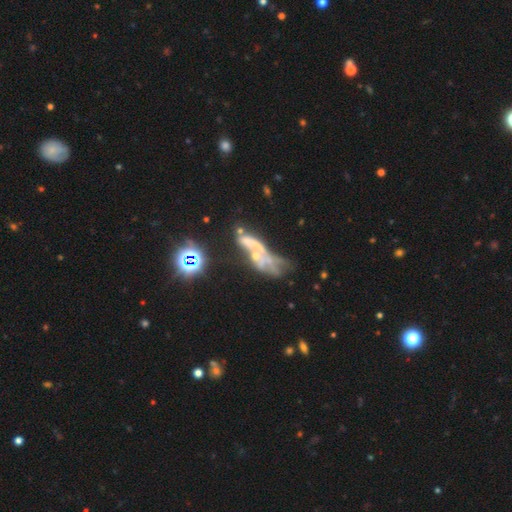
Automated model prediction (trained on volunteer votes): featured or disk 51%, smooth 31%, star or artifact 18%. Down the decision tree: edge-on disk — no (80%); merging — merger (38%).